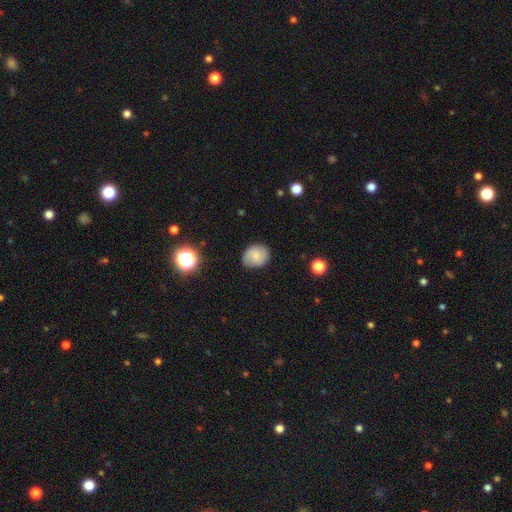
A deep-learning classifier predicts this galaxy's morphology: This is likely a smooth galaxy (64%). How rounded: likely round (60%). Merging: likely none (79%).